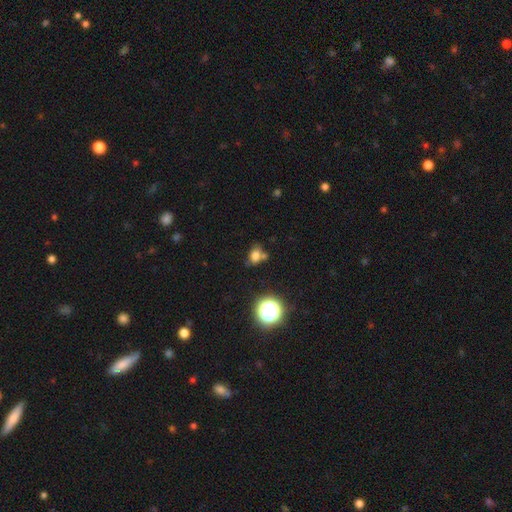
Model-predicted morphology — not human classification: Overall: smooth (71%). How rounded: in between (59%; round 39%). Merging: none (53%; merger 24%).